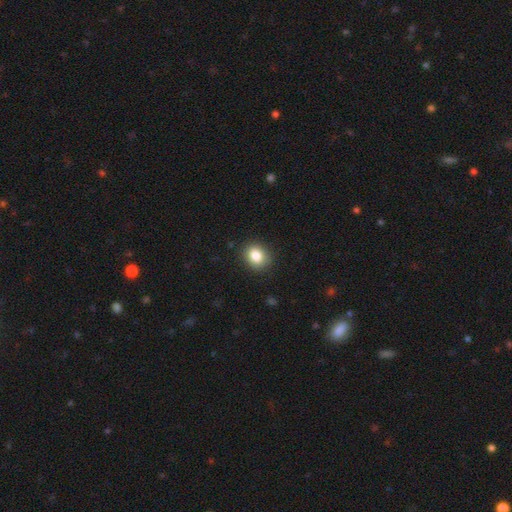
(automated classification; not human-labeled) Morphology: type=smooth (84%); roundness=round (62%); merging=none (89%).